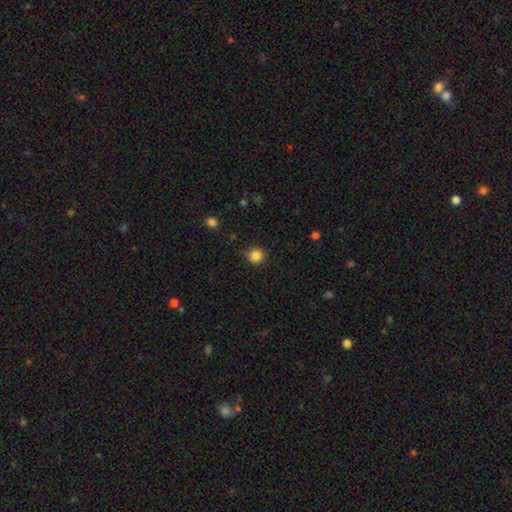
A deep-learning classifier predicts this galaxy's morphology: Smooth or featured? Predicted: smooth (p=0.85). How rounded? Predicted: round (p=0.94). Merging? Predicted: none (p=0.83).